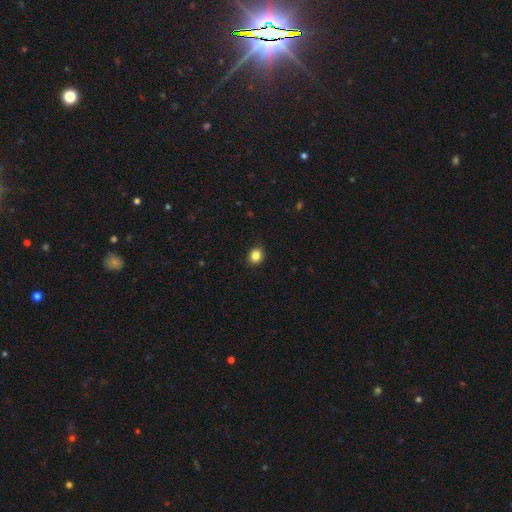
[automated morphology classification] Smooth or featured? Predicted: smooth (p=0.84). How rounded? Predicted: round (p=0.68). Merging? Predicted: none (p=0.90).